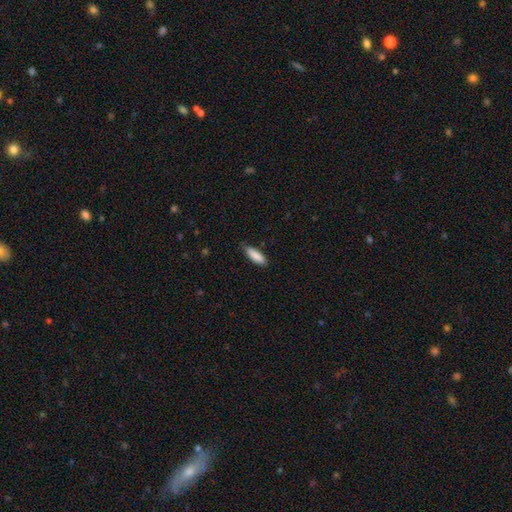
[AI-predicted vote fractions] smooth-or-featured: smooth: 88% | featured or disk: 6% | star or artifact: 6%
  how-rounded: in between: 57% | cigar-shaped: 41% | round: 2%
  merging: none: 79% | minor disturbance: 17% | major disturbance: 2% | merger: 1%